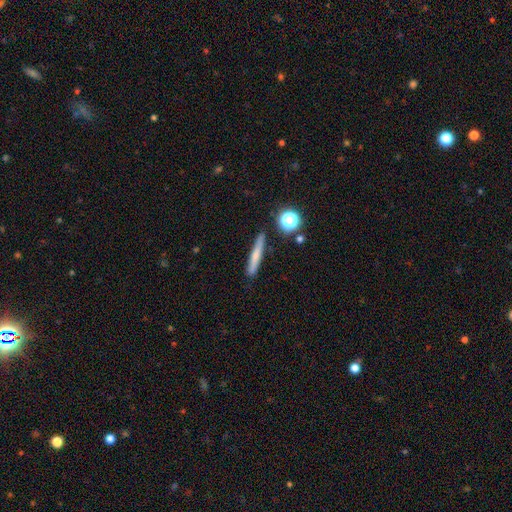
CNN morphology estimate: Smooth or featured: smooth — 63% (featured or disk — 28%)
How rounded: cigar-shaped — 91% (in between — 5%)
Merging: none — 87% (minor disturbance — 9%)